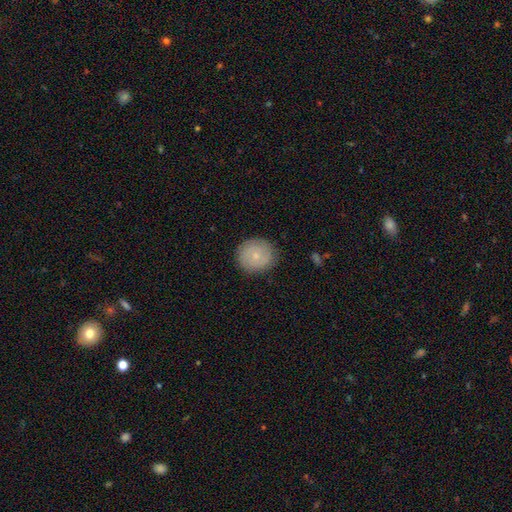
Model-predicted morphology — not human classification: A smooth galaxy with no disk features (63%) that is round (88%).

Vote fractions:
- Smooth or featured? smooth: 63% / featured or disk: 29% / star or artifact: 7%
- How rounded? round: 88% / in between: 11% / cigar-shaped: 1%
- Merging? none: 86% / minor disturbance: 11% / major disturbance: 3% / merger: 1%